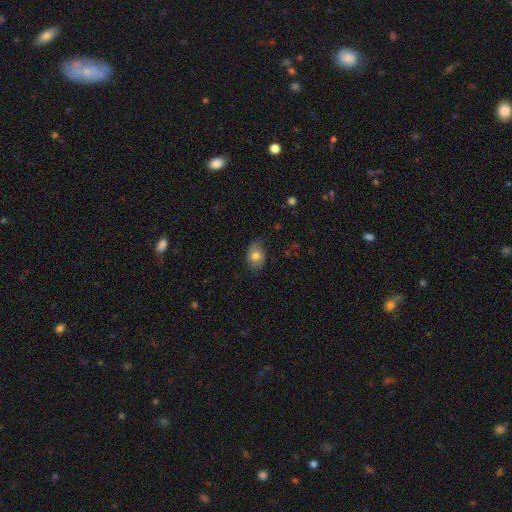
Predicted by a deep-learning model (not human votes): Smooth or featured? smooth (75%)
How rounded? in between (68%)
Merging? none (64%)